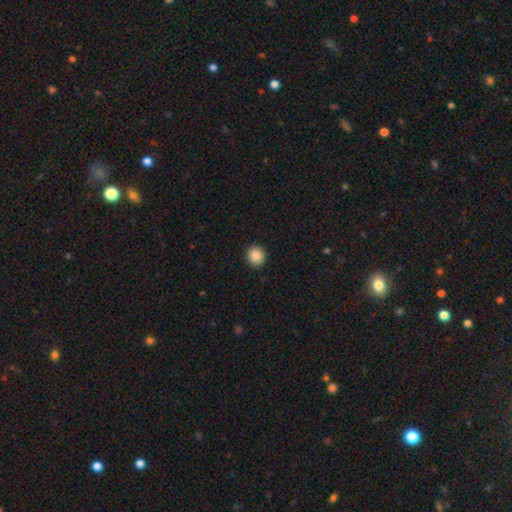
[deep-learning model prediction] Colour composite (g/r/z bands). It shows a smooth galaxy with no disk features (87%) that is round (89%). Merging: none (92%).